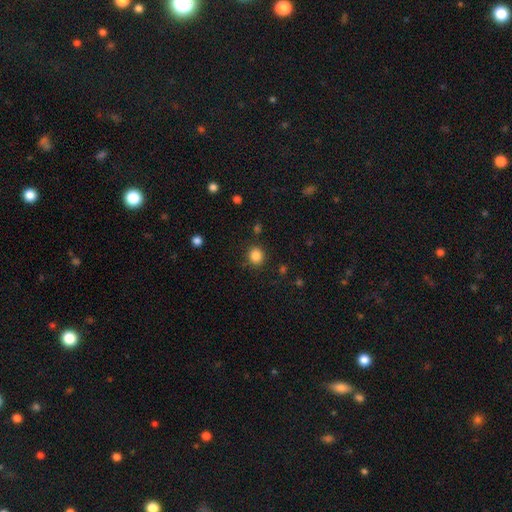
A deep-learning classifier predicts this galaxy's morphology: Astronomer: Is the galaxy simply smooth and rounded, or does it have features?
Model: smooth — 85%.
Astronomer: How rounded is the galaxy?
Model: round — 85%.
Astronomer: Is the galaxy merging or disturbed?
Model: none — 87%.